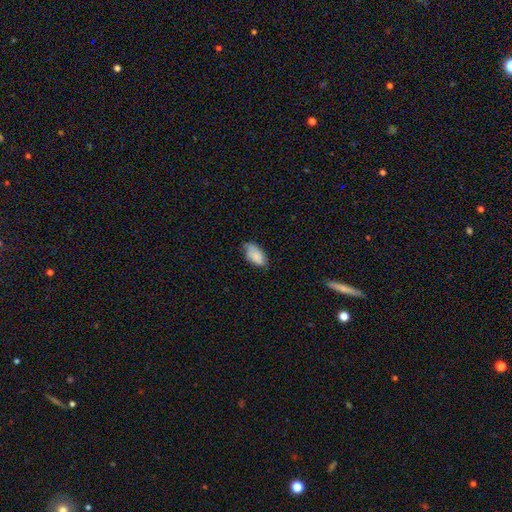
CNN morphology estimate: This is clearly a smooth galaxy (83%). How rounded: clearly in between (94%). Merging: possibly none (58%).